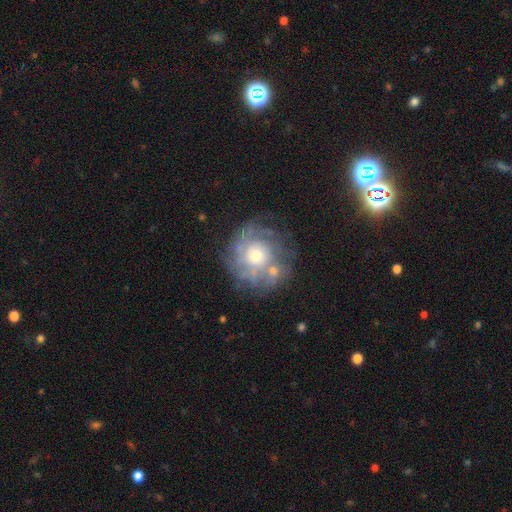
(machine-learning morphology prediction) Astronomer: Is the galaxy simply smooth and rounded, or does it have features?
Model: featured or disk — 72%.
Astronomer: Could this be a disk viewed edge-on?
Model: no — 97%.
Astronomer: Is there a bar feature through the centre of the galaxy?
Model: no — 83%.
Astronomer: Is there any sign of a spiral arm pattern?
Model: yes — 80%.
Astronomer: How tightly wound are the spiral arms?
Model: tight — 65%.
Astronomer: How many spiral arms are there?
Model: can't tell — 51%.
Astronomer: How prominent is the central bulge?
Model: moderate — 57% (runner-up: small, 32%).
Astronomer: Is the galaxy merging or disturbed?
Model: none — 62%.